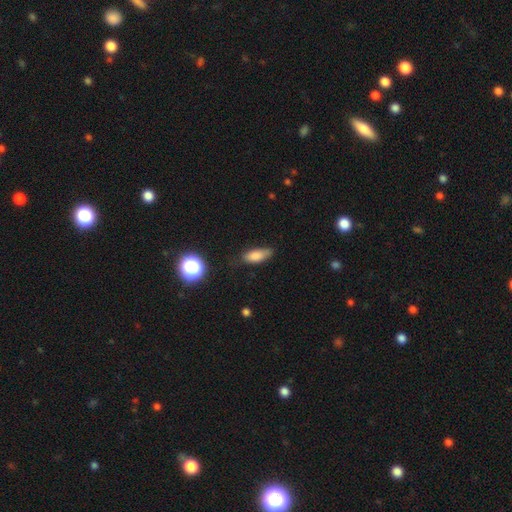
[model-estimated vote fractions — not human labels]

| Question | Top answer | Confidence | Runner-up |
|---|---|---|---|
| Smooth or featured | smooth | 81% | featured or disk (10%) |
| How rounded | in between | 74% | cigar-shaped (22%) |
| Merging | none | 64% | minor disturbance (28%) |